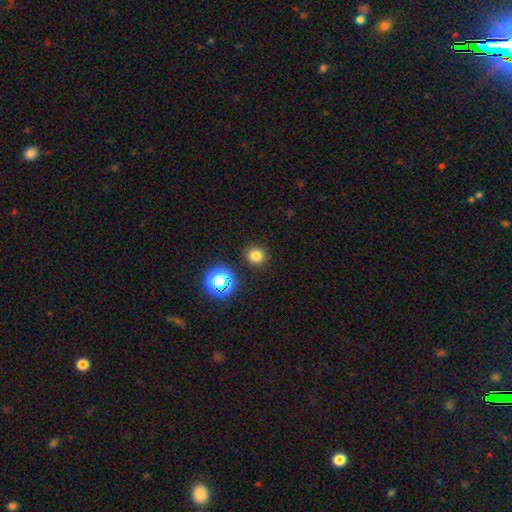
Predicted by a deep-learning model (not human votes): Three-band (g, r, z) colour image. It shows a smooth galaxy with no disk features (78%) that is round (88%). Merging: none (90%).